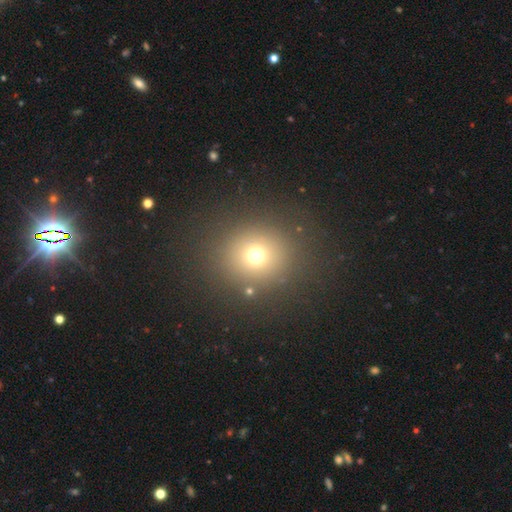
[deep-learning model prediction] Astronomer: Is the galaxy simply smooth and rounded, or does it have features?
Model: smooth — 69%.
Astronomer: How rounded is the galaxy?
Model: round — 88%.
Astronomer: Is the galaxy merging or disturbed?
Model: none — 85%.